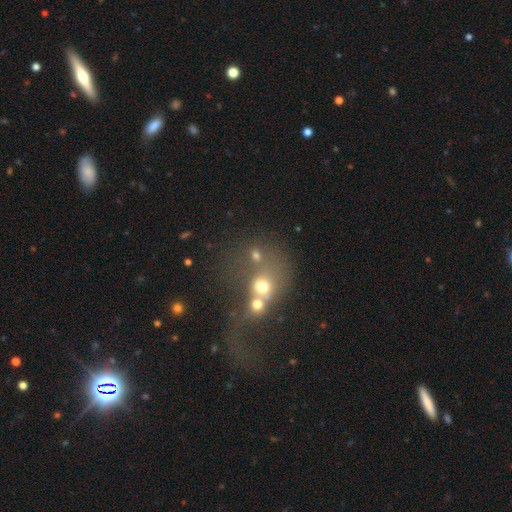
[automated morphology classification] This appears to be a smooth galaxy with no disk features (52%) that is round (70%). Merging: merger (63%).